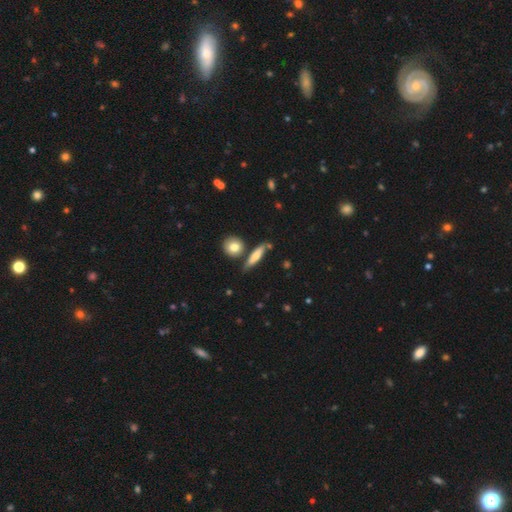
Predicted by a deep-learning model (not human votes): smooth_or_featured: smooth (p=0.60) [alt: featured or disk p=0.33]
how_rounded: cigar-shaped (p=0.69) [alt: in between p=0.26]
merging: none (p=0.70) [alt: minor disturbance p=0.16]